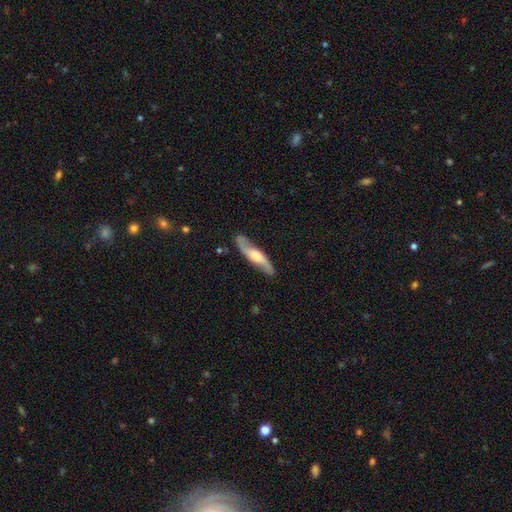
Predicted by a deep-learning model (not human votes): smooth-or-featured: featured or disk: 68% | smooth: 27% | star or artifact: 5%
  disk-edge-on: no: 56% | yes: 44%
  merging: none: 84% | minor disturbance: 11% | major disturbance: 3% | merger: 2%